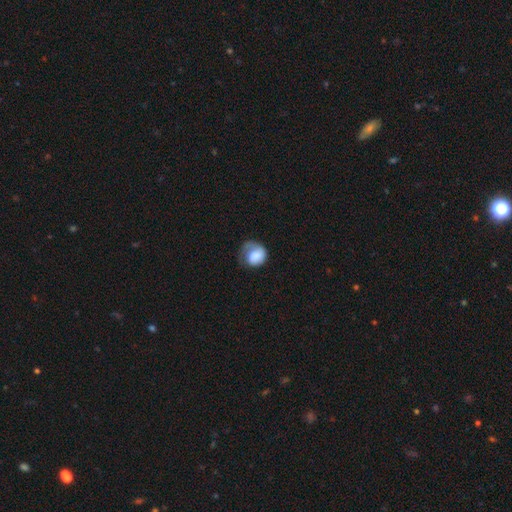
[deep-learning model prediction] A smooth galaxy with no disk features (65%) that is round (70%).

Vote fractions:
- Smooth or featured? smooth: 65% / featured or disk: 29% / star or artifact: 7%
- How rounded? round: 70% / in between: 30% / cigar-shaped: 1%
- Merging? none: 36% / major disturbance: 35% / minor disturbance: 27% / merger: 2%